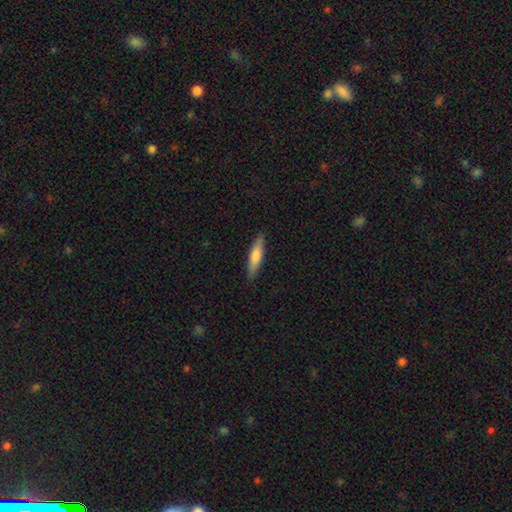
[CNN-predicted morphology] type=smooth (72%); roundness=cigar-shaped (76%); merging=none (88%).